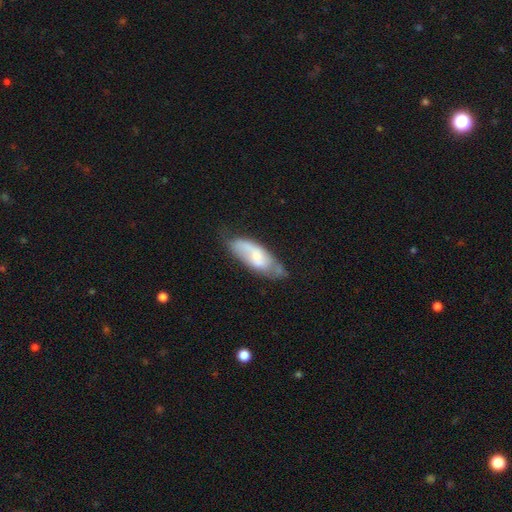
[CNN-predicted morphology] This appears to be a featured or disk galaxy (47%). Merging: none (53%).